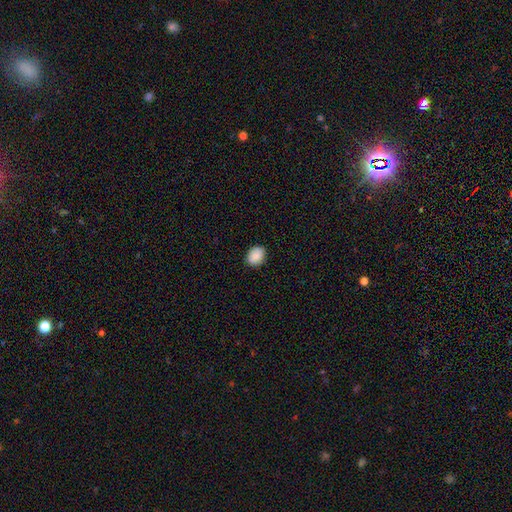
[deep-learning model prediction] This is clearly a smooth galaxy (88%). How rounded: possibly in between (50%). Merging: clearly none (87%).